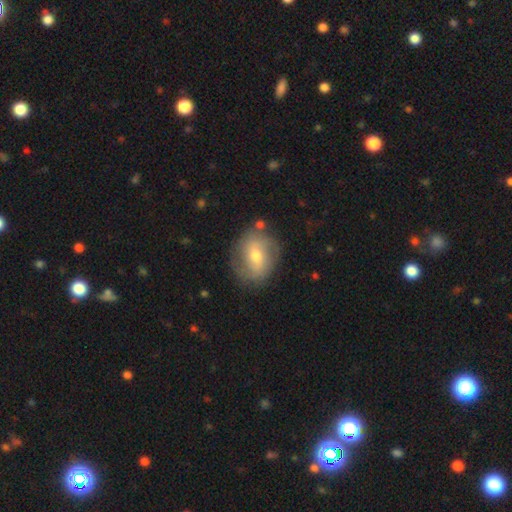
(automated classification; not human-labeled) This appears to be a featured or disk galaxy (54%) with a weak bar (46%), spiral arms (66%) and a moderate central bulge (62%). Merging: none (76%).